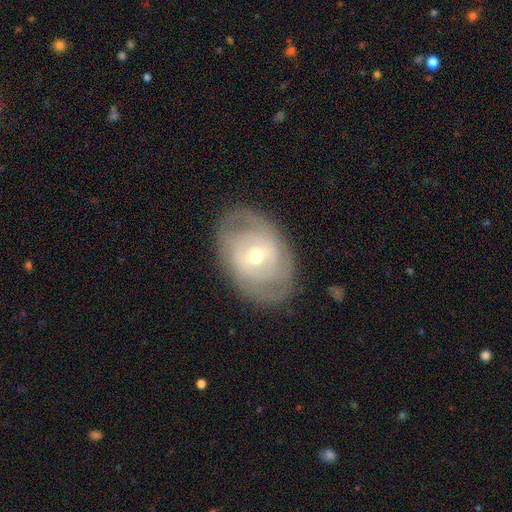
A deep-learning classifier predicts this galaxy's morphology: This appears to be a featured or disk galaxy (75%) with a weak bar (44%), 2 (39%, tied with can't tell) tight (63%) spiral arms (79%) and a moderate central bulge (53%). Merging: none (79%).